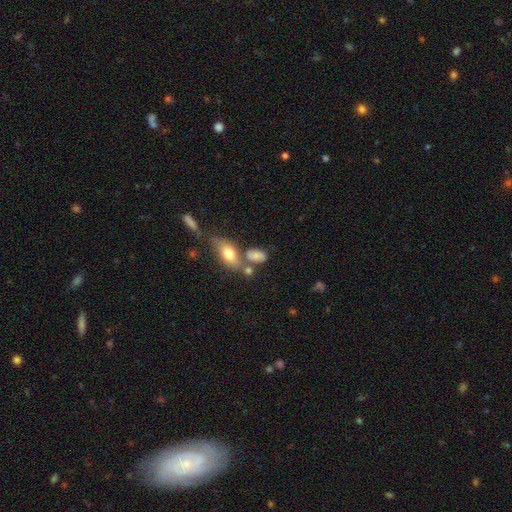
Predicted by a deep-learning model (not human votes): Smooth or featured?
  - smooth: 73% *
  - featured or disk: 17%
  - star or artifact: 10%
How rounded?
  - in between: 83% *
  - round: 13%
  - cigar-shaped: 4%
Merging?
  - none: 46% *
  - merger: 29%
  - minor disturbance: 17%
  - major disturbance: 8%